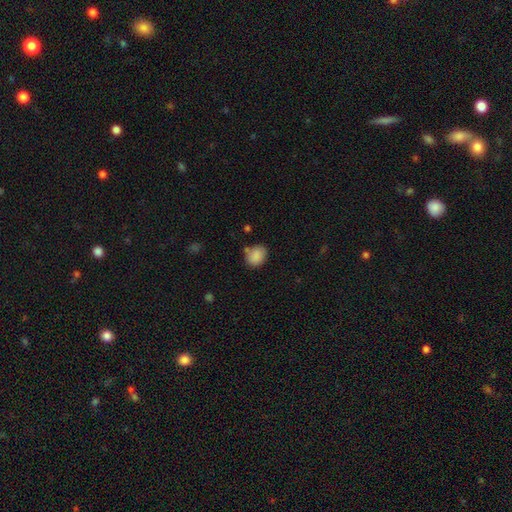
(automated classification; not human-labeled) smooth_or_featured: smooth (p=0.87) [alt: star or artifact p=0.08]
how_rounded: in between (p=0.51) [alt: round p=0.48]
merging: none (p=0.71) [alt: minor disturbance p=0.17]